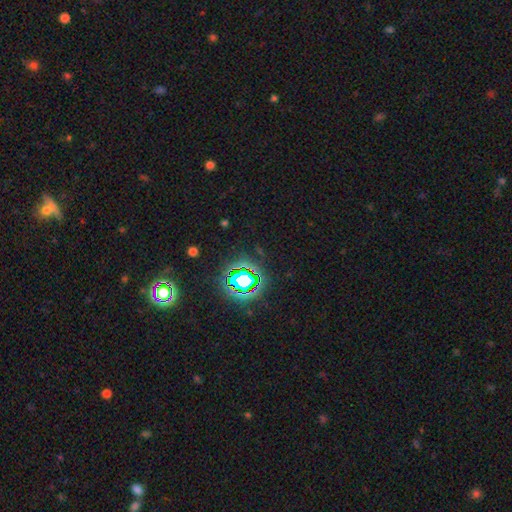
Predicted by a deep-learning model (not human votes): Smooth or featured?
  - star or artifact: 81% *
  - smooth: 12%
  - featured or disk: 8%